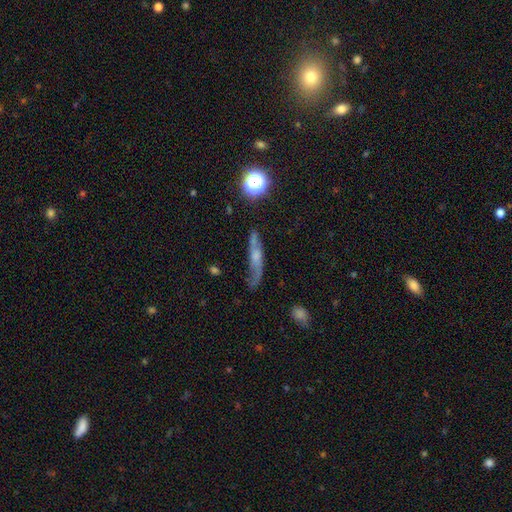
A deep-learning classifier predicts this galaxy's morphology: smooth_or_featured: featured or disk (p=0.54) [alt: smooth p=0.33]
disk_edge_on: yes (p=0.51) [alt: no p=0.49]
merging: none (p=0.59) [alt: minor disturbance p=0.25]